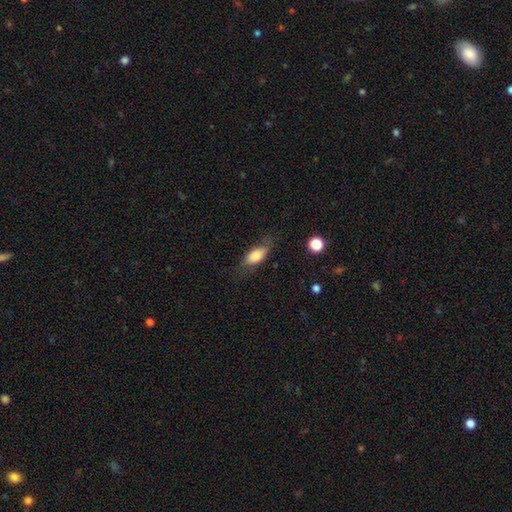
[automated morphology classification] type=smooth (74%); roundness=in between (81%); merging=none (61%).